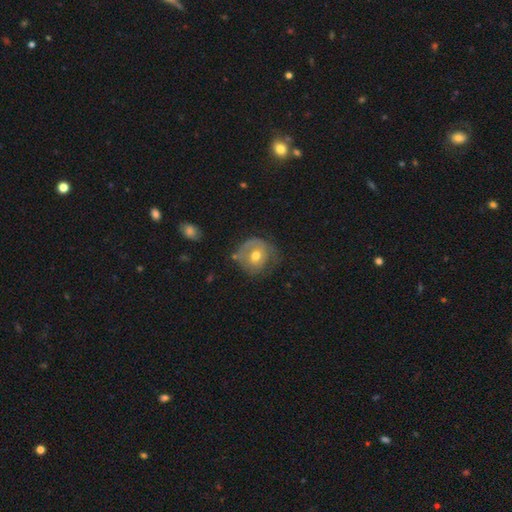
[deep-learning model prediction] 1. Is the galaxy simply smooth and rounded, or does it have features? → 50% featured or disk, 43% smooth, 7% star or artifact.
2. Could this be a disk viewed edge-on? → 96% no, 4% yes.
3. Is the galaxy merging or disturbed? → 52% none, 27% minor disturbance, 17% major disturbance, 3% merger.